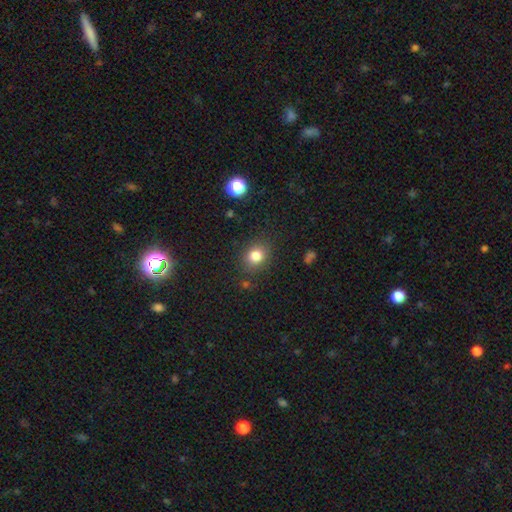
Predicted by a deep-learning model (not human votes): Overall: smooth (81%). How rounded: round (68%; in between 31%). Merging: none (84%).